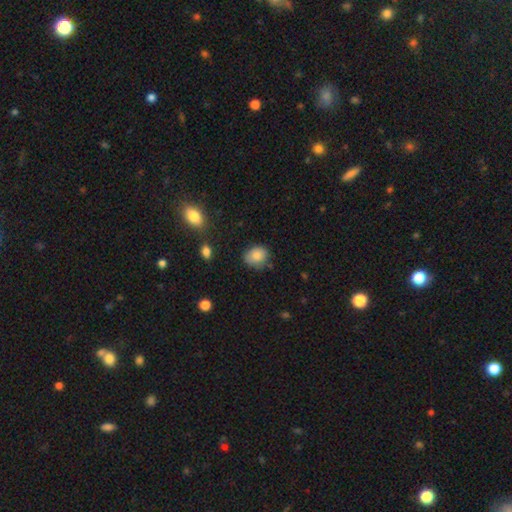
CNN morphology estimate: Smooth or featured? Predicted: smooth (p=0.83). How rounded? Predicted: round (p=0.58). Merging? Predicted: none (p=0.71).